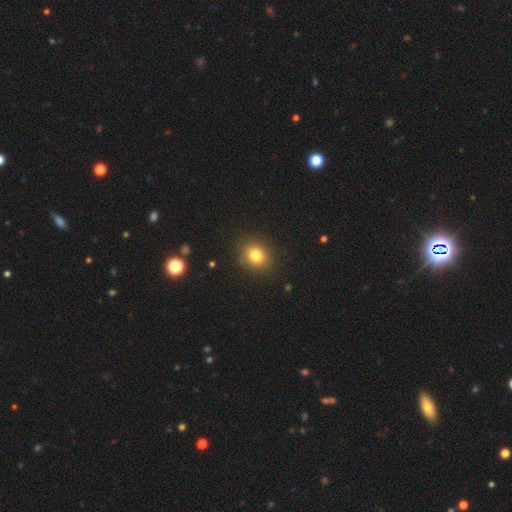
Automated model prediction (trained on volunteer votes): smooth_or_featured: smooth (p=0.80) [alt: star or artifact p=0.13]
how_rounded: round (p=0.67) [alt: in between p=0.32]
merging: none (p=0.88) [alt: minor disturbance p=0.08]